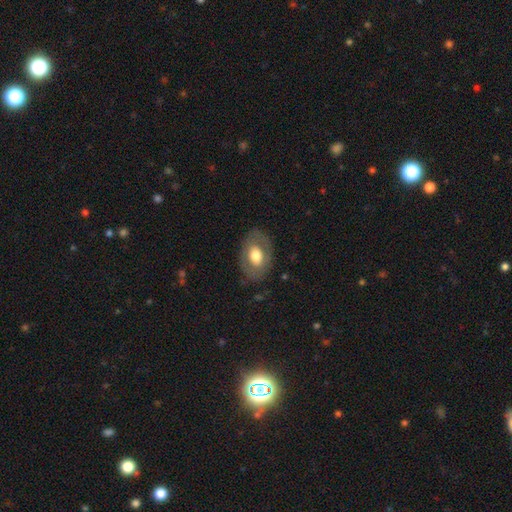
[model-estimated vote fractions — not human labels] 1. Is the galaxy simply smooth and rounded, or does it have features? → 55% smooth, 39% featured or disk, 6% star or artifact.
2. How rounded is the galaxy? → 81% in between, 18% round, 1% cigar-shaped.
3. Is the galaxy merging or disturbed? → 79% none, 14% minor disturbance, 6% major disturbance, 1% merger.